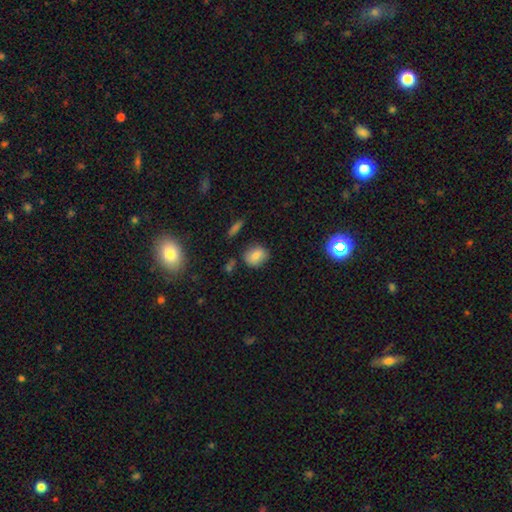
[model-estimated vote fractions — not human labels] Overall: smooth (79%). How rounded: round (53%; in between 45%). Merging: none (77%).